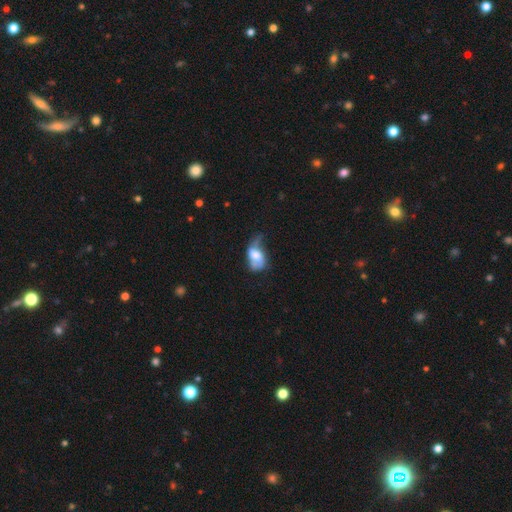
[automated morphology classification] Smooth or featured? smooth (49%)
Merging? major disturbance (44%)